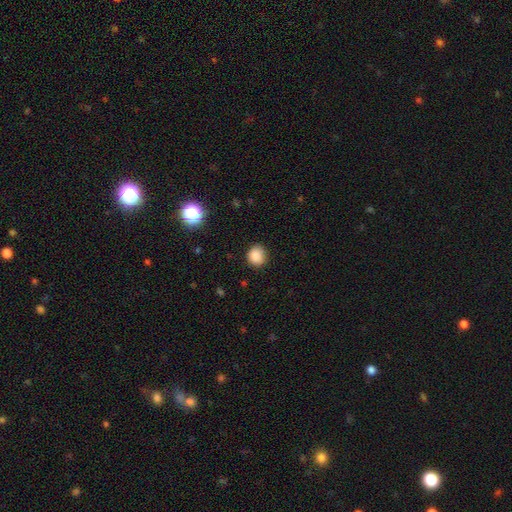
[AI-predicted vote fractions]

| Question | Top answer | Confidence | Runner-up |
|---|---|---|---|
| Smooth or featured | smooth | 86% | star or artifact (11%) |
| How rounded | round | 80% | in between (19%) |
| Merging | none | 86% | minor disturbance (11%) |